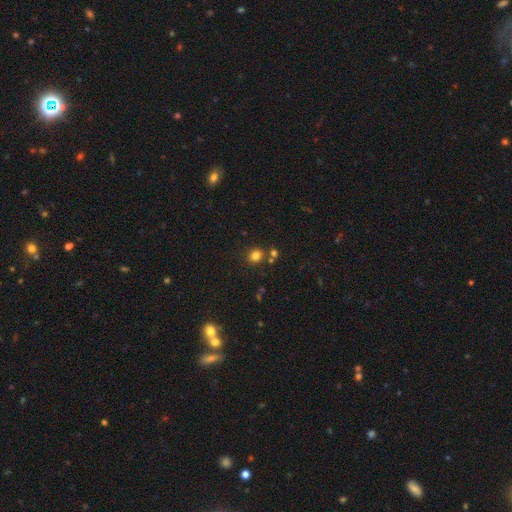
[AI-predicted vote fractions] A smooth galaxy with no disk features (79%) that is round (81%).

Vote fractions:
- Smooth or featured? smooth: 79% / star or artifact: 15% / featured or disk: 6%
- How rounded? round: 81% / in between: 18% / cigar-shaped: 1%
- Merging? none: 76% / merger: 13% / minor disturbance: 9% / major disturbance: 3%